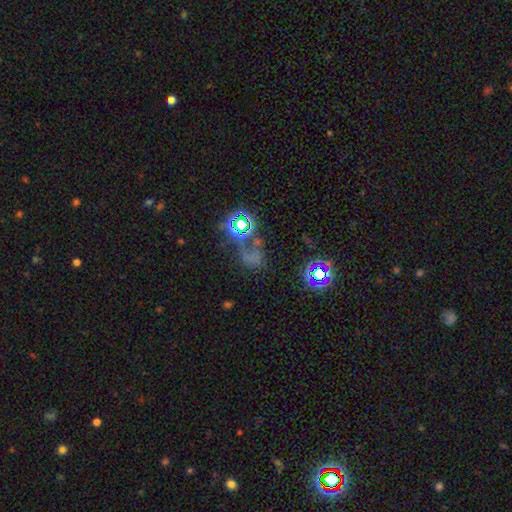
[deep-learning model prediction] This appears to be a star or artifact, not a galaxy (53%).